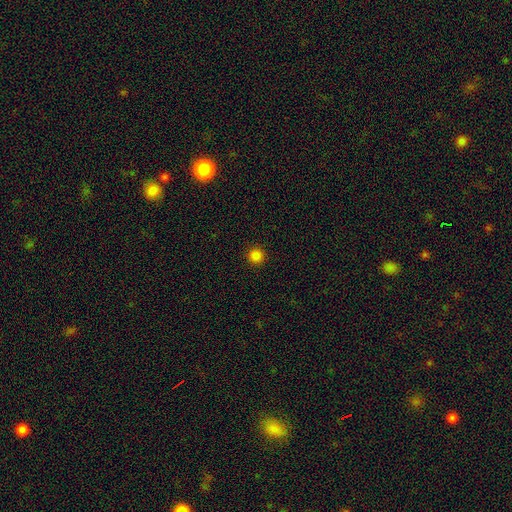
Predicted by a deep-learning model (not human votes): Smooth or featured: smooth — 84% (star or artifact — 13%)
How rounded: round — 96% (in between — 3%)
Merging: none — 93% (minor disturbance — 4%)